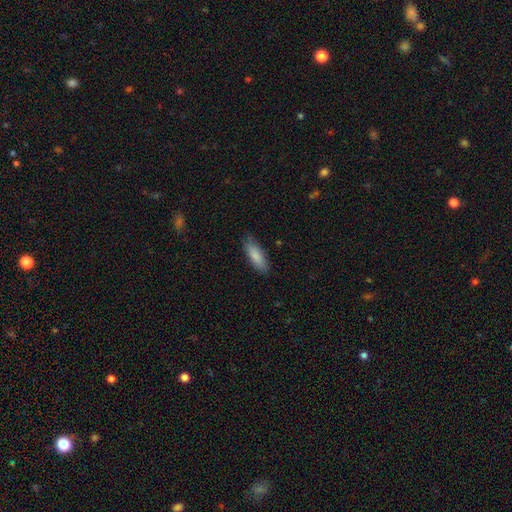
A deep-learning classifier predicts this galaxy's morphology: Smooth or featured? smooth (85%)
How rounded? in between (65%)
Merging? none (82%)